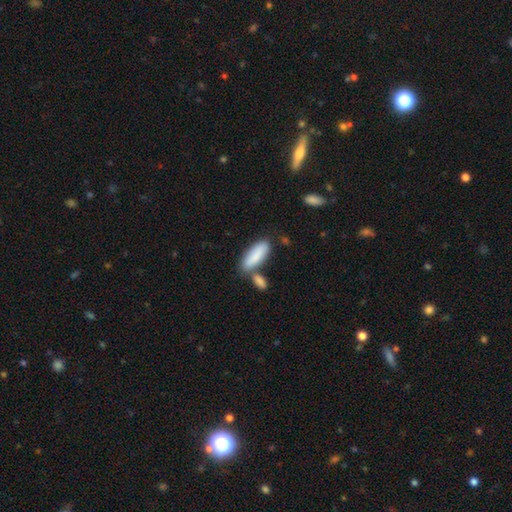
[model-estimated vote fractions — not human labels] A smooth galaxy with no disk features (82%) that is in between round and cigar-shaped (64%). Merging: none (49%).